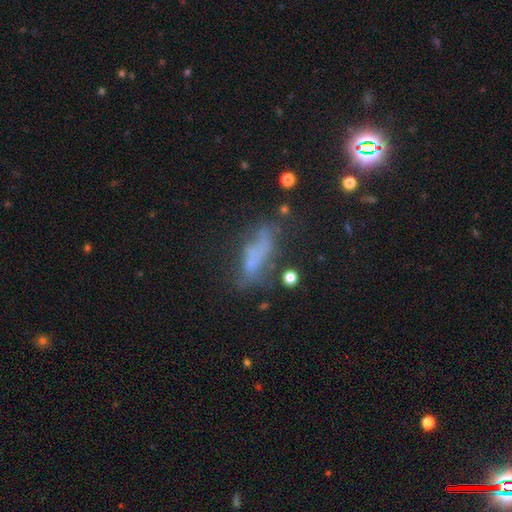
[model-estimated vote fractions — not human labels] This appears to be a smooth galaxy with no disk features (48%). Merging: none (38%).